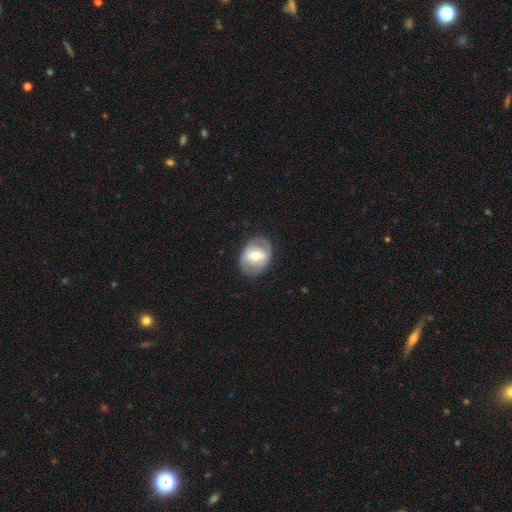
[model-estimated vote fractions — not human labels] smooth-or-featured: featured or disk: 56% | smooth: 37% | star or artifact: 7%
  disk-edge-on: no: 94% | yes: 6%
    bar: weak: 39% | strong: 35% | no: 26%
    has-spiral-arms: no: 51% | yes: 49%
    bulge-size: moderate: 68% | small: 19% | large: 11% | dominant: 1% | none: 1%
  merging: none: 77% | minor disturbance: 15% | major disturbance: 6% | merger: 1%